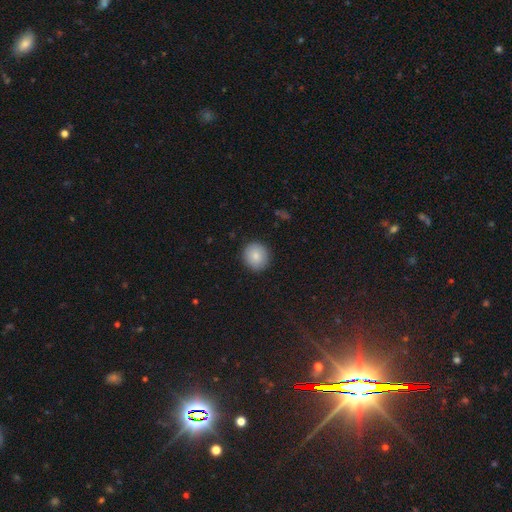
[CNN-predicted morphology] Smooth or featured?
  - smooth: 85% *
  - star or artifact: 8%
  - featured or disk: 8%
How rounded?
  - round: 87% *
  - in between: 12%
  - cigar-shaped: 1%
Merging?
  - none: 90% *
  - minor disturbance: 7%
  - major disturbance: 2%
  - merger: 1%